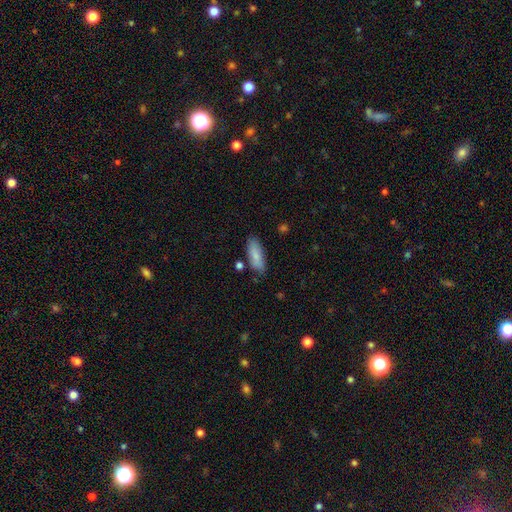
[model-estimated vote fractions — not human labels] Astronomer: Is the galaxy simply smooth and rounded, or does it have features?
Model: smooth — 84%.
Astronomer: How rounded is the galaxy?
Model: in between — 65%.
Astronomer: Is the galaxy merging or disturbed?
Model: none — 79%.